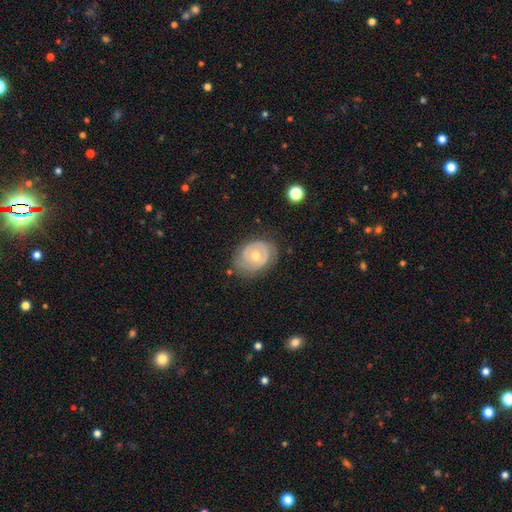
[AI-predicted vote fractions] Overall: featured or disk (69%). Edge-on disk: no (96%). Bar: no (77%). Spiral arms: yes (60%; no 40%). Bulge size: moderate (69%). Merging: none (72%).